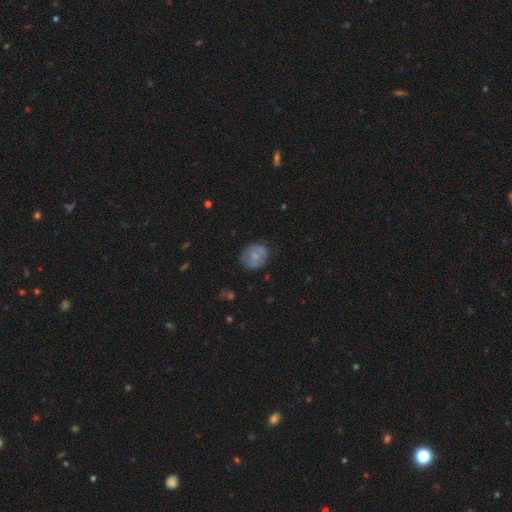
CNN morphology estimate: Q: Smooth or featured?
A: smooth (63%); runner-up: featured or disk (28%)
Q: How rounded?
A: round (73%); runner-up: in between (26%)
Q: Merging?
A: none (72%); runner-up: minor disturbance (19%)